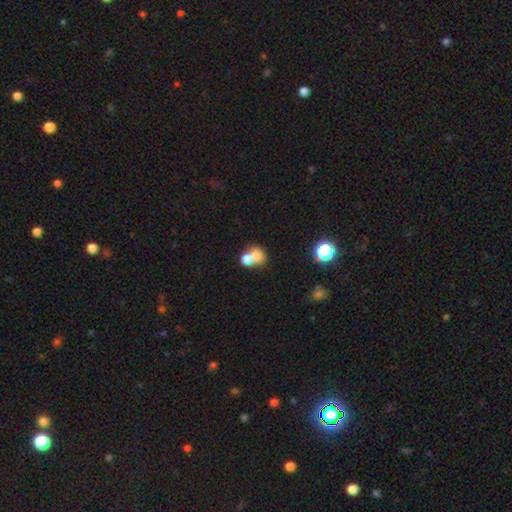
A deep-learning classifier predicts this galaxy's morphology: Smooth or featured? smooth (72%)
How rounded? round (62%)
Merging? merger (65%)